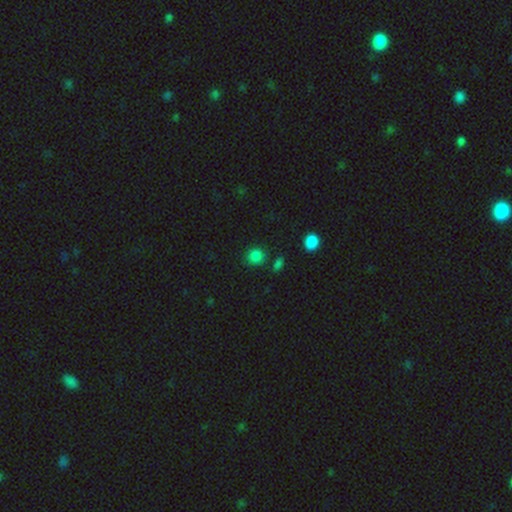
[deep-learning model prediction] Morphology: type=smooth (82%); roundness=round (84%); merging=none (80%).